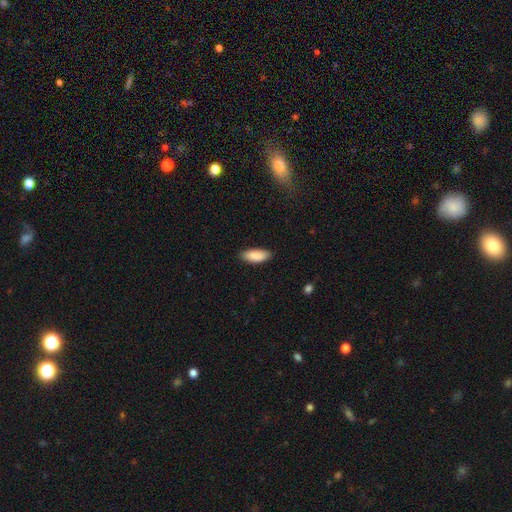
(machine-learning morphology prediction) This is clearly a smooth galaxy (90%). How rounded: clearly in between (82%). Merging: clearly none (85%).